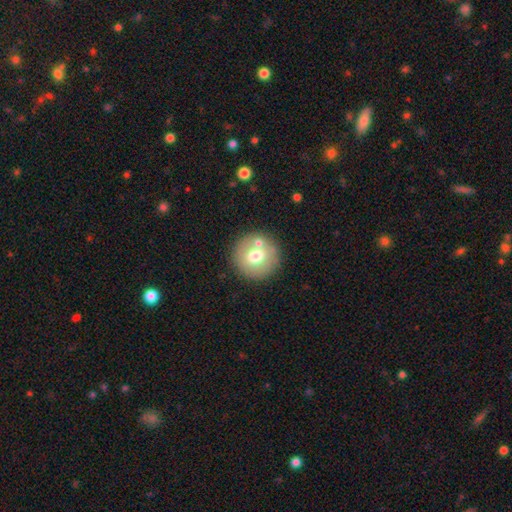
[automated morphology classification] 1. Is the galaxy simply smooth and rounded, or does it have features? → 67% smooth, 22% featured or disk, 10% star or artifact.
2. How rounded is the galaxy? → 94% round, 5% in between, 1% cigar-shaped.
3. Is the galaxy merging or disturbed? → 79% none, 9% merger, 9% minor disturbance, 3% major disturbance.